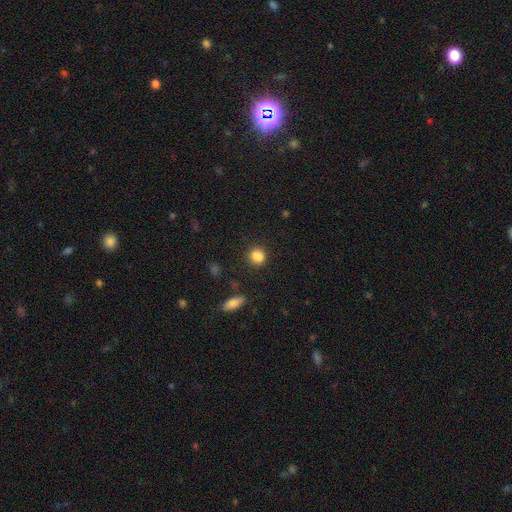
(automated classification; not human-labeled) Smooth or featured: smooth — 81% (star or artifact — 11%)
How rounded: round — 72% (in between — 26%)
Merging: none — 63% (merger — 19%)